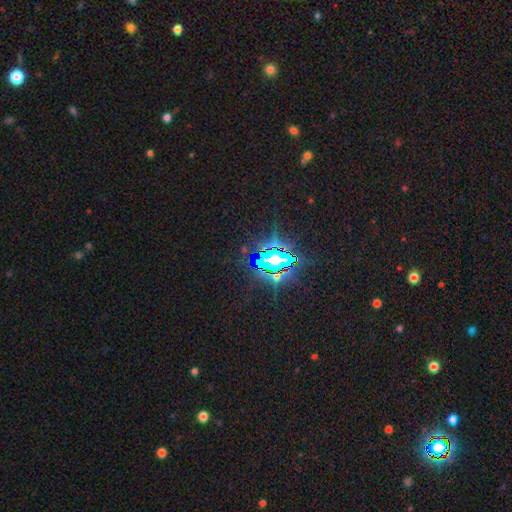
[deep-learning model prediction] The model was most divided on "smooth or featured": star or artifact: 85%, smooth: 8%, featured or disk: 7%.